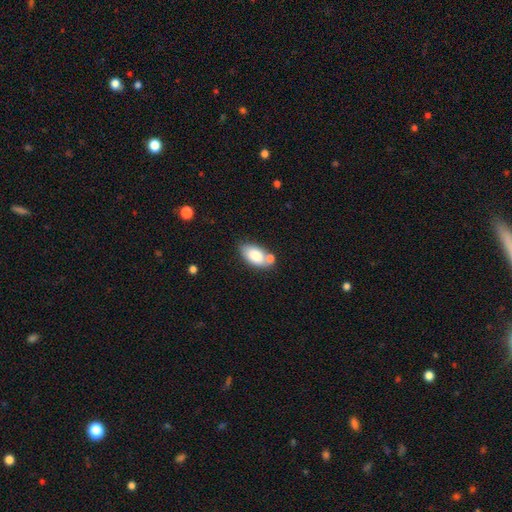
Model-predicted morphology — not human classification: A smooth galaxy with no disk features (80%) that is in between round and cigar-shaped (93%).

Vote fractions:
- Smooth or featured? smooth: 80% / featured or disk: 13% / star or artifact: 7%
- How rounded? in between: 93% / round: 4% / cigar-shaped: 3%
- Merging? none: 56% / merger: 23% / minor disturbance: 16% / major disturbance: 4%